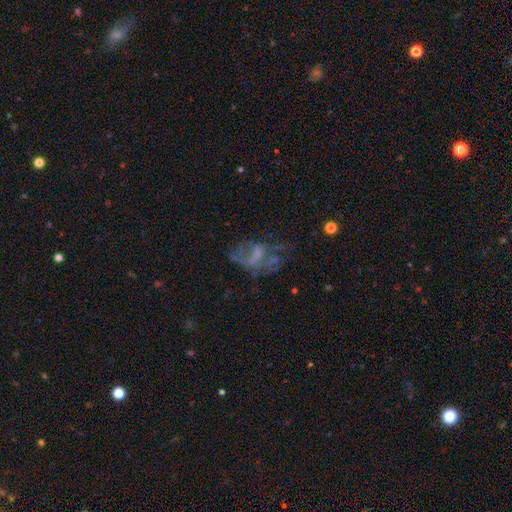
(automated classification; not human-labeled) Q: Smooth or featured?
A: featured or disk (57%); runner-up: smooth (25%)
Q: Edge-on disk?
A: no (97%); runner-up: yes (3%)
Q: Bar?
A: no (64%); runner-up: weak (28%)
Q: Spiral arms?
A: no (70%); runner-up: yes (30%)
Q: Bulge size?
A: none (58%); runner-up: small (19%)
Q: Merging?
A: major disturbance (42%); runner-up: none (35%)